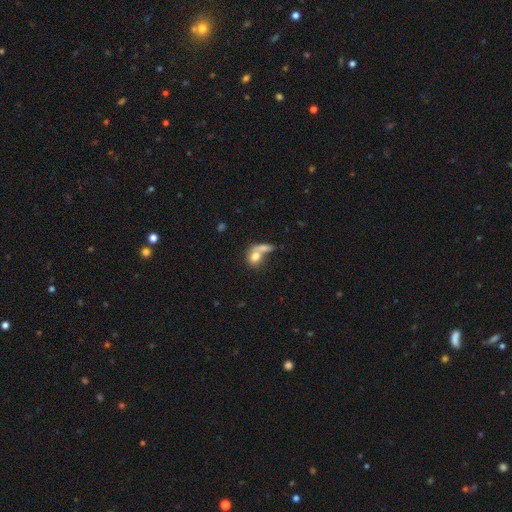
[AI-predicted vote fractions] The model was most divided on "how rounded": in between: 48%, round: 47%, cigar-shaped: 5%. More confident: smooth or featured — smooth (72%); merging — merger (57%).